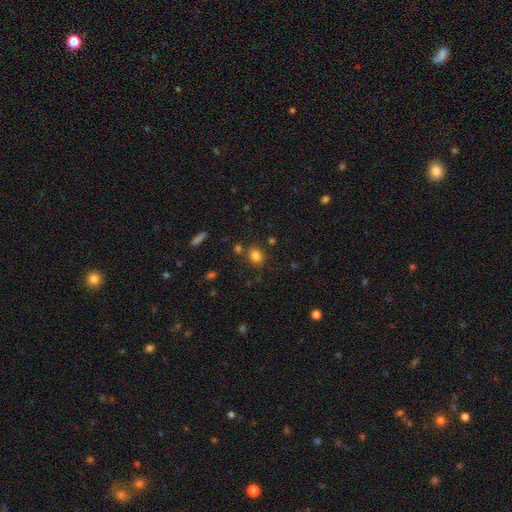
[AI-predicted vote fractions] smooth-or-featured: smooth: 81% | star or artifact: 13% | featured or disk: 6%
  how-rounded: round: 52% | in between: 47% | cigar-shaped: 1%
  merging: none: 77% | minor disturbance: 11% | merger: 8% | major disturbance: 4%